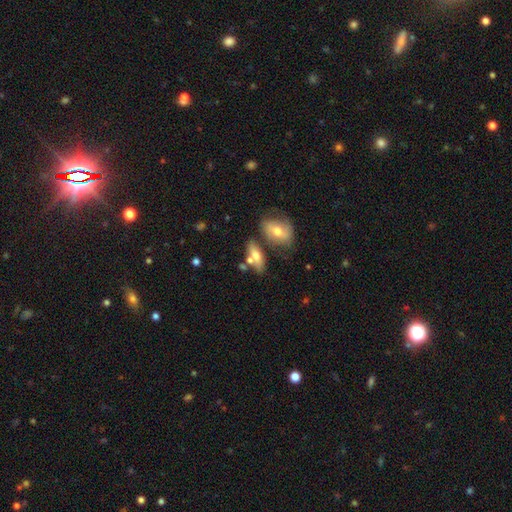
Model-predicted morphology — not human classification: Q: Smooth or featured?
A: smooth (61%); runner-up: featured or disk (31%)
Q: How rounded?
A: in between (67%); runner-up: cigar-shaped (26%)
Q: Merging?
A: none (52%); runner-up: merger (28%)